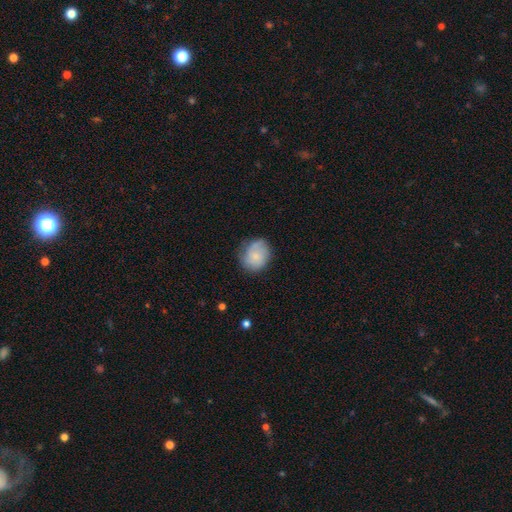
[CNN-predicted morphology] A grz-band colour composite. It shows a smooth galaxy with no disk features (63%) that is round (68%). Merging: none (67%).